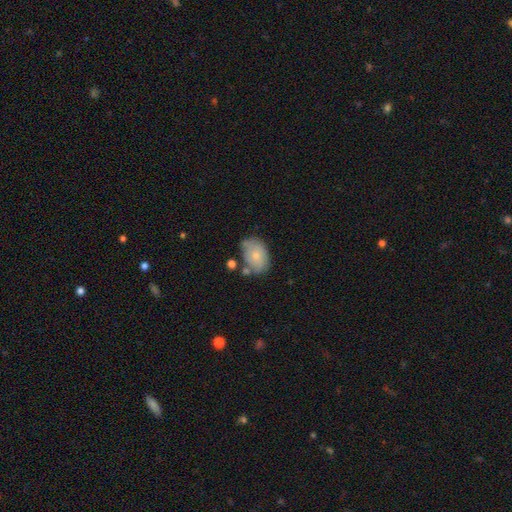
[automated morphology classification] A smooth galaxy with no disk features (72%) that is in between round and cigar-shaped (81%). Merging: none (56%).